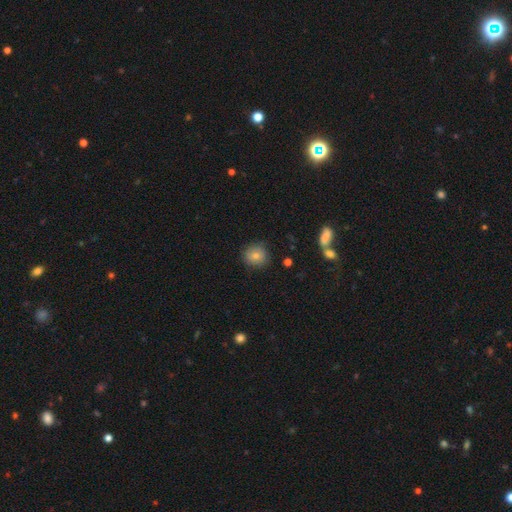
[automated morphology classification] Smooth or featured? Predicted: smooth (p=0.78). How rounded? Predicted: round (p=0.88). Merging? Predicted: none (p=0.84).